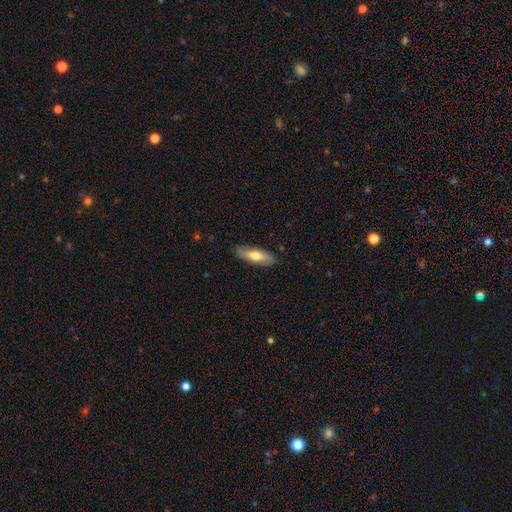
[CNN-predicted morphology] smooth_or_featured: smooth (p=0.60) [alt: featured or disk p=0.34]
how_rounded: cigar-shaped (p=0.52) [alt: in between p=0.46]
merging: none (p=0.86) [alt: minor disturbance p=0.11]